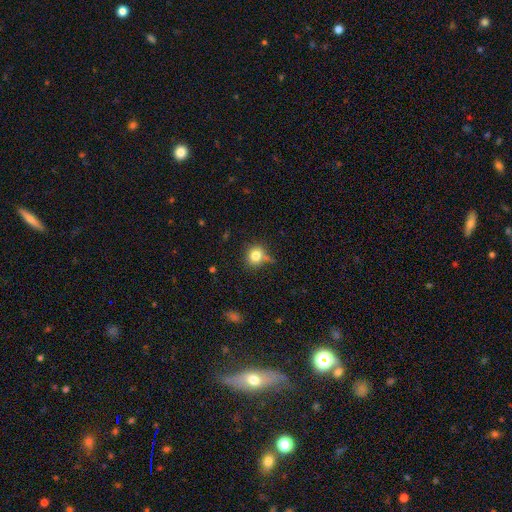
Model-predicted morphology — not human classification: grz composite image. It shows a smooth galaxy with no disk features (79%) that is round (81%). Merging: none (66%).